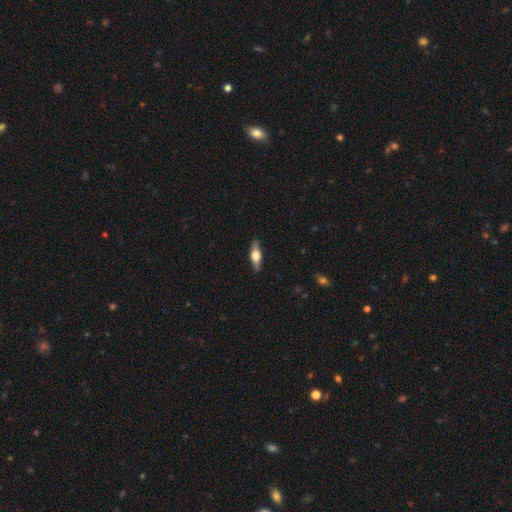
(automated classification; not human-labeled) This is possibly a featured or disk galaxy (59%). It is clearly viewed edge-on (94%). Edge-on bulge: clearly rounded (93%). Merging: clearly none (88%).